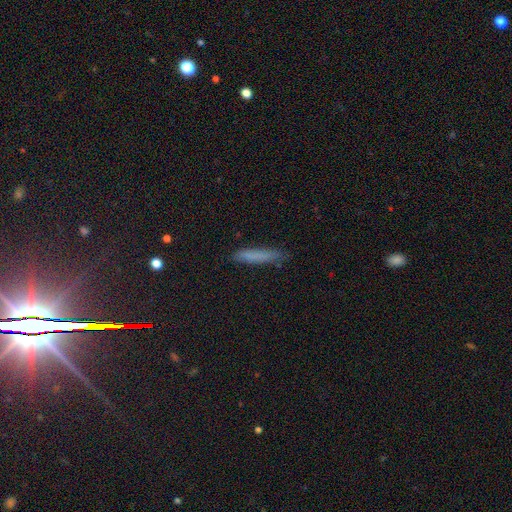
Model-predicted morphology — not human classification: Smooth or featured: smooth — 74% (featured or disk — 16%)
How rounded: cigar-shaped — 91% (in between — 8%)
Merging: none — 78% (minor disturbance — 17%)